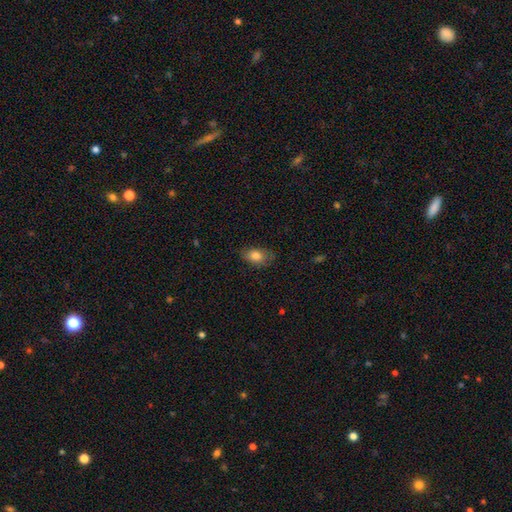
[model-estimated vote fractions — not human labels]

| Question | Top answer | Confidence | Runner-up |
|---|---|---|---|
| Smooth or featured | smooth | 80% | featured or disk (12%) |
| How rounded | in between | 87% | round (11%) |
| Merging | none | 75% | minor disturbance (19%) |